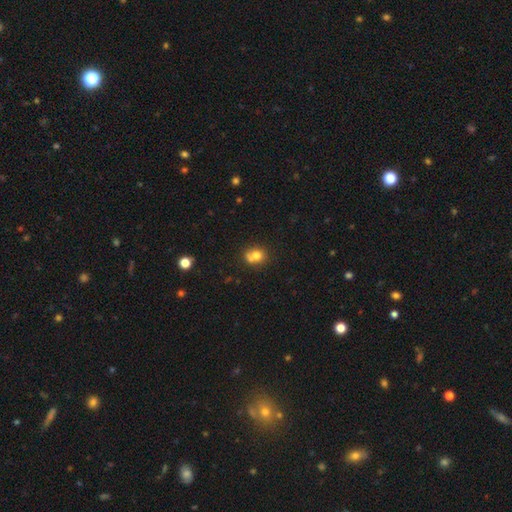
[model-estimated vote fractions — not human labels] Smooth or featured: smooth — 73% (featured or disk — 15%)
How rounded: round — 73% (in between — 26%)
Merging: none — 42% (tied with merger — 42%)